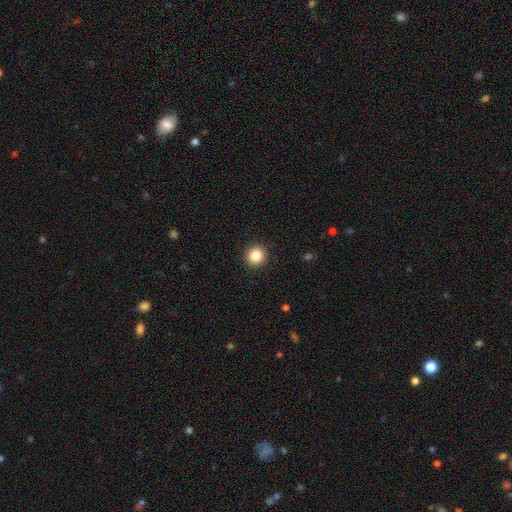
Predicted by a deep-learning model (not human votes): Smooth or featured? smooth (85%)
How rounded? round (91%)
Merging? none (93%)